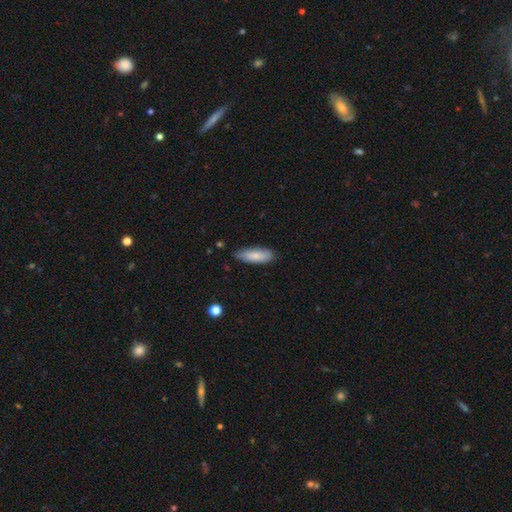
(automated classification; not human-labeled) The model was most divided on "how rounded": in between: 64%, cigar-shaped: 34%, round: 2%. More confident: smooth or featured — smooth (81%); merging — none (78%).